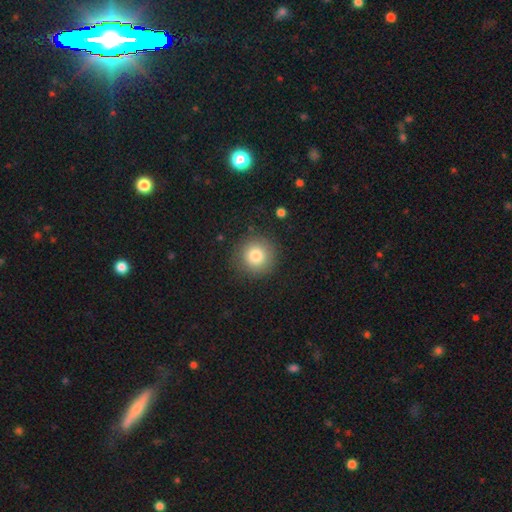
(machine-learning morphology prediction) smooth-or-featured: smooth: 81% | star or artifact: 11% | featured or disk: 9%
  how-rounded: round: 95% | in between: 4% | cigar-shaped: 1%
  merging: none: 88% | minor disturbance: 8% | major disturbance: 3% | merger: 1%